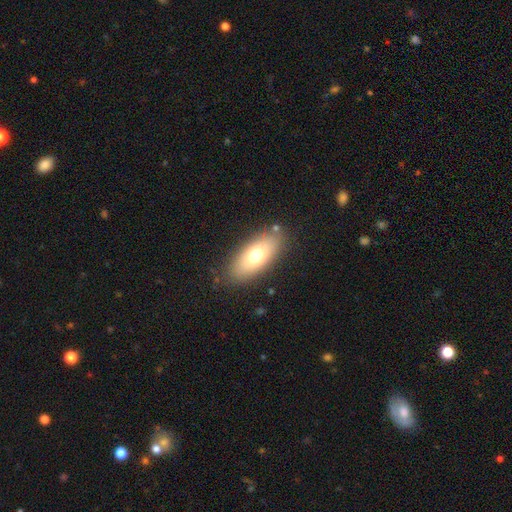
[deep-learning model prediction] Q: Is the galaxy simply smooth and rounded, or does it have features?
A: smooth — 69%.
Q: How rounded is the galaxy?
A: in between — 83%.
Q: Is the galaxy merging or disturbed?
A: none — 83%.